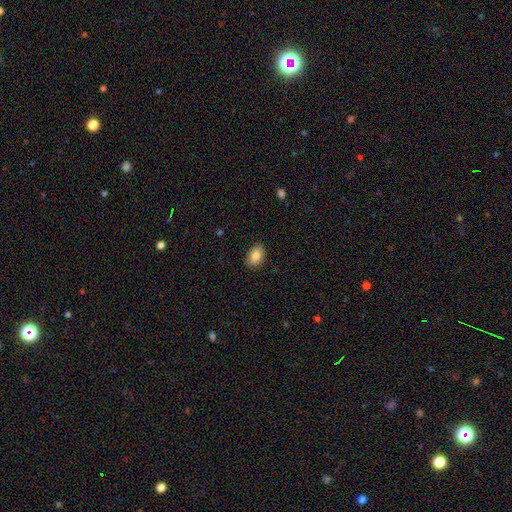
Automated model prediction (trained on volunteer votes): smooth-or-featured: smooth: 86% | star or artifact: 7% | featured or disk: 7%
  how-rounded: in between: 87% | round: 12% | cigar-shaped: 1%
  merging: none: 88% | minor disturbance: 9% | major disturbance: 2% | merger: 1%